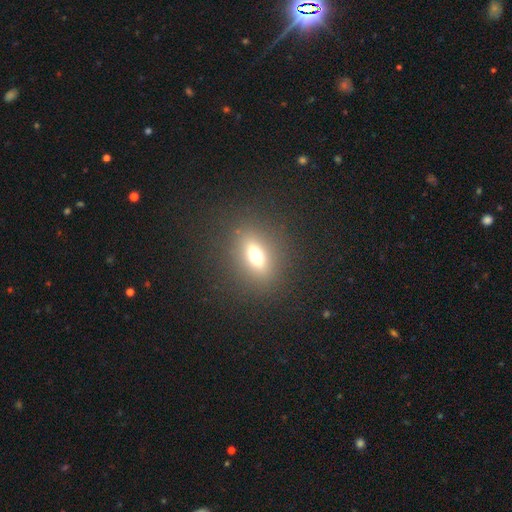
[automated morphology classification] Overall: smooth (62%). How rounded: in between (65%). Merging: none (84%).